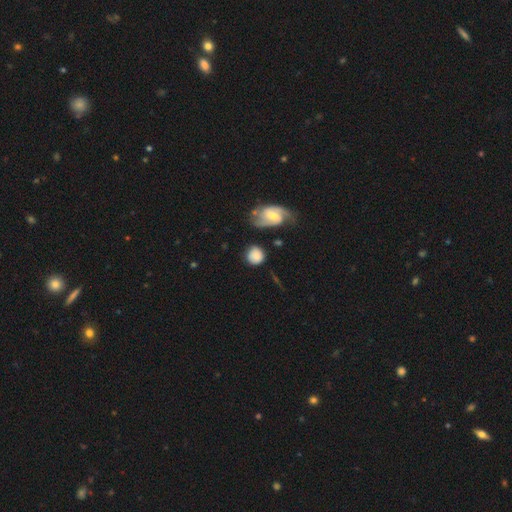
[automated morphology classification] smooth_or_featured: smooth (p=0.71) [alt: featured or disk p=0.21]
how_rounded: round (p=0.86) [alt: in between p=0.13]
merging: none (p=0.71) [alt: minor disturbance p=0.16]